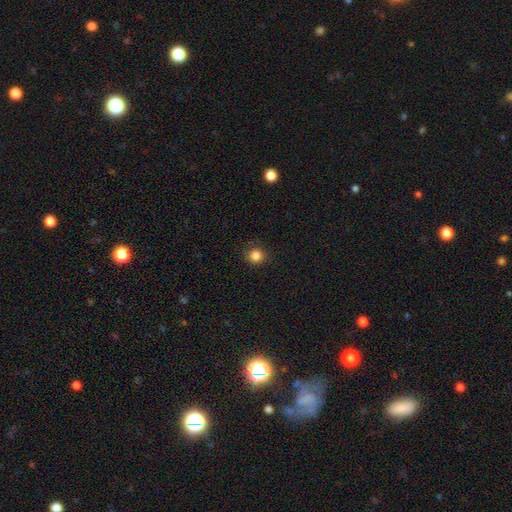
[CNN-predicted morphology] A smooth galaxy with no disk features (85%) that is round (90%).

Vote fractions:
- Smooth or featured? smooth: 85% / star or artifact: 11% / featured or disk: 3%
- How rounded? round: 90% / in between: 9% / cigar-shaped: 1%
- Merging? none: 88% / minor disturbance: 8% / major disturbance: 2% / merger: 1%